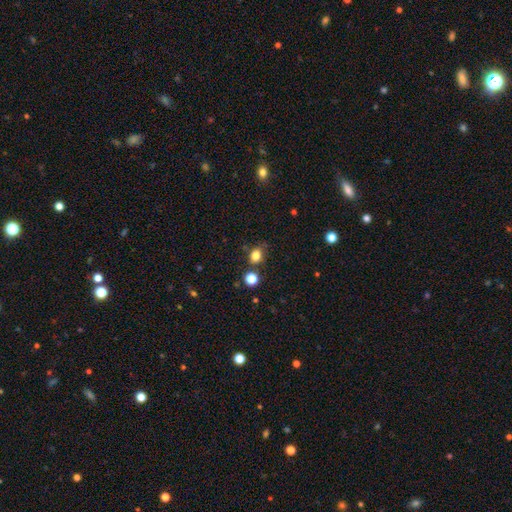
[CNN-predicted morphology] Smooth or featured? smooth (82%)
How rounded? round (54%)
Merging? none (73%)